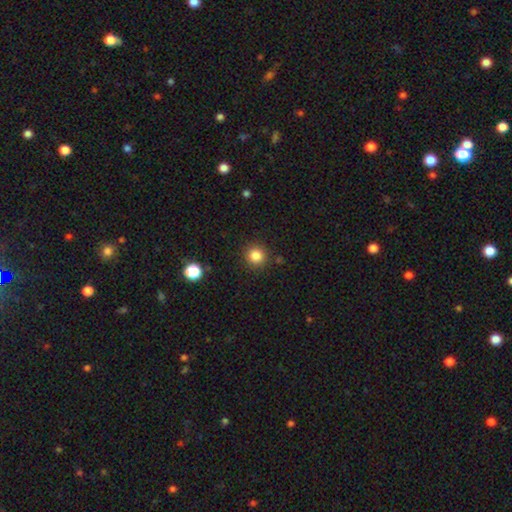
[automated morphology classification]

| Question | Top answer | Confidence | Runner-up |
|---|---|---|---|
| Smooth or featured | smooth | 83% | star or artifact (12%) |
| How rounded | round | 93% | in between (6%) |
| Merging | none | 90% | minor disturbance (6%) |